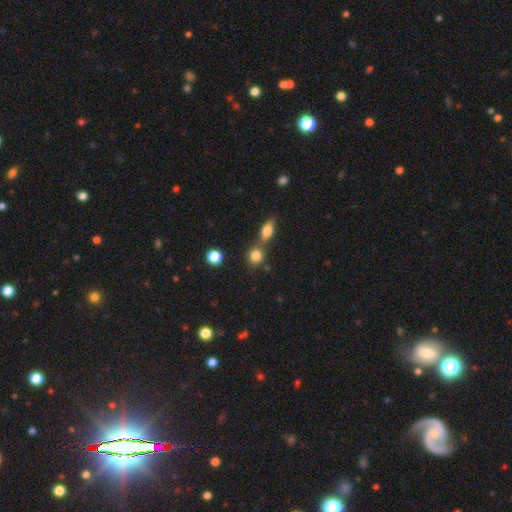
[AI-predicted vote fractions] smooth 81%, star or artifact 11%, featured or disk 8%. Down the decision tree: how rounded — round (81%); merging — none (56%).